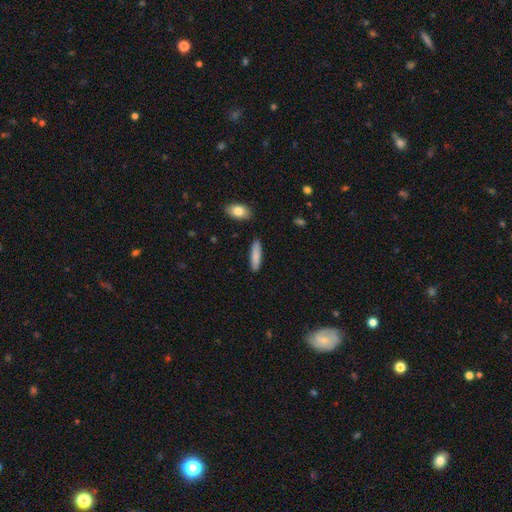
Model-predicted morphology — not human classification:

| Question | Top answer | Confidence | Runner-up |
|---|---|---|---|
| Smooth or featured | smooth | 85% | featured or disk (10%) |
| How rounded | cigar-shaped | 76% | in between (22%) |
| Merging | none | 88% | minor disturbance (8%) |